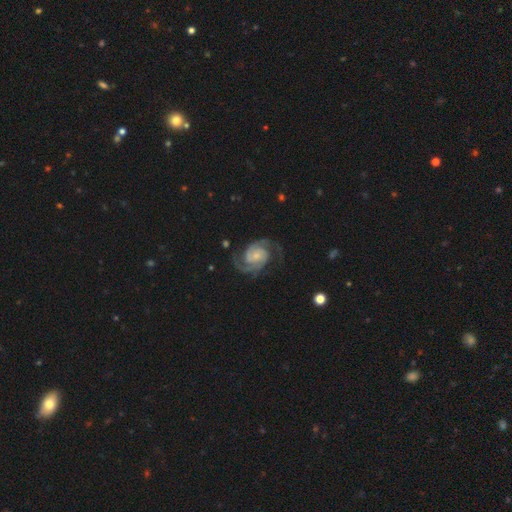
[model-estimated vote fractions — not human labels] Smooth or featured? featured or disk (92%)
Edge-on disk? no (98%)
Bar? no (64%)
Spiral arms? yes (98%)
Spiral winding? medium (52%)
Spiral arm count? 2 (87%)
Bulge size? small (62%)
Merging? none (74%)